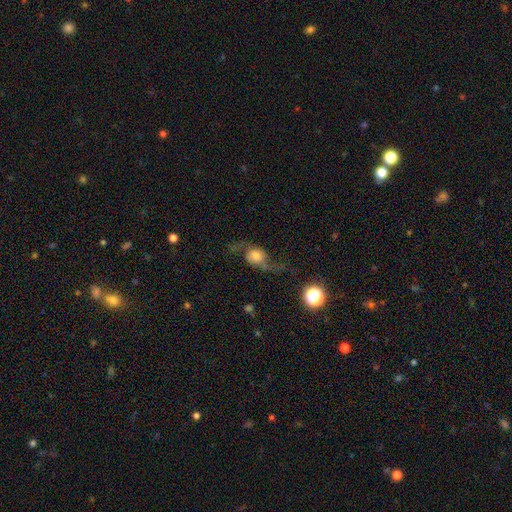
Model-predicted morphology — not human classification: type=featured or disk (55%); edge-on=no (88%); merging=none (42%).